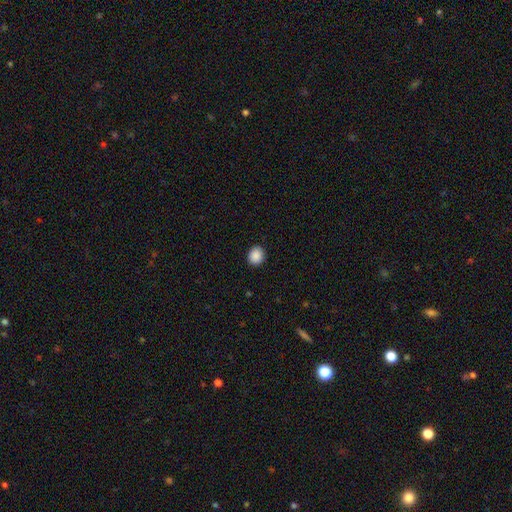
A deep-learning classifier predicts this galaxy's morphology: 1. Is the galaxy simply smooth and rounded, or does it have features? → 89% smooth, 9% star or artifact, 2% featured or disk.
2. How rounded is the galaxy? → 78% round, 21% in between, 1% cigar-shaped.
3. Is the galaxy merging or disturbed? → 91% none, 6% minor disturbance, 2% major disturbance, 1% merger.